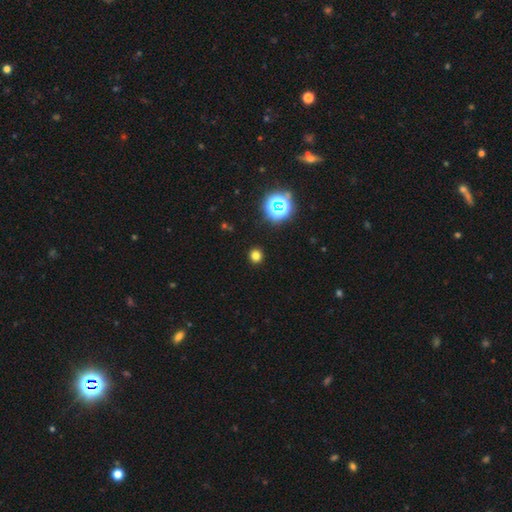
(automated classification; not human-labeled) smooth 74%, star or artifact 21%, featured or disk 5%. Down the decision tree: how rounded — round (91%); merging — none (92%).